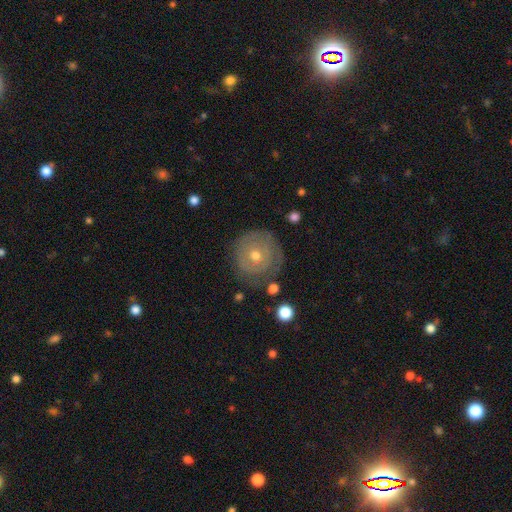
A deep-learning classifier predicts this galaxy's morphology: The model was most divided on "bulge size": moderate: 60%, small: 36%, large: 2%, none: 1%, dominant: 1%. More confident: edge-on disk — no (97%); bar — no (84%); merging — none (74%); spiral arms — yes (63%); smooth or featured — featured or disk (61%).